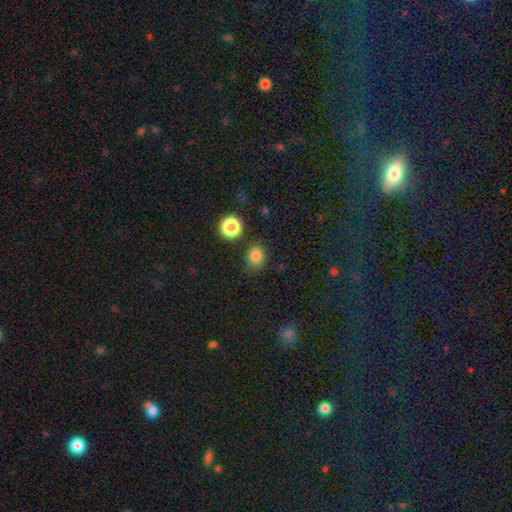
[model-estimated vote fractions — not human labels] smooth-or-featured: smooth: 82% | star or artifact: 14% | featured or disk: 4%
  how-rounded: round: 65% | in between: 34% | cigar-shaped: 1%
  merging: none: 79% | minor disturbance: 13% | major disturbance: 4% | merger: 4%